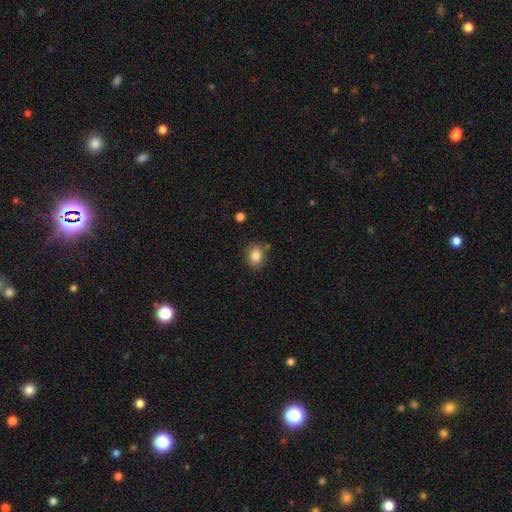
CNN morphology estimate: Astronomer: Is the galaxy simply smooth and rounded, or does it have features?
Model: smooth — 84%.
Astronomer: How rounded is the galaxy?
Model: in between — 55% (runner-up: round, 44%).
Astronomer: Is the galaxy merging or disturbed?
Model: none — 79%.